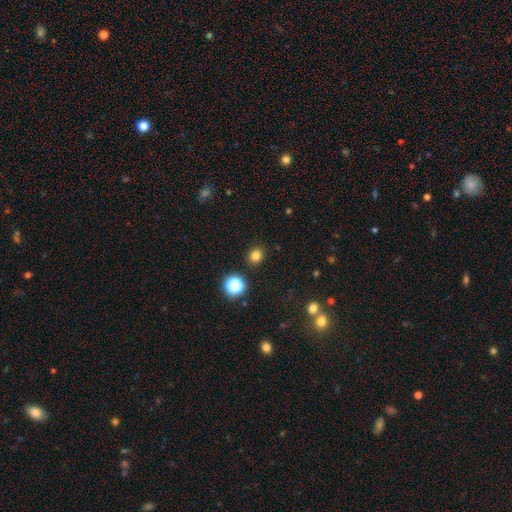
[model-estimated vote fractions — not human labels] This appears to be a smooth galaxy with no disk features (79%) that is round (82%). Merging: none (90%).